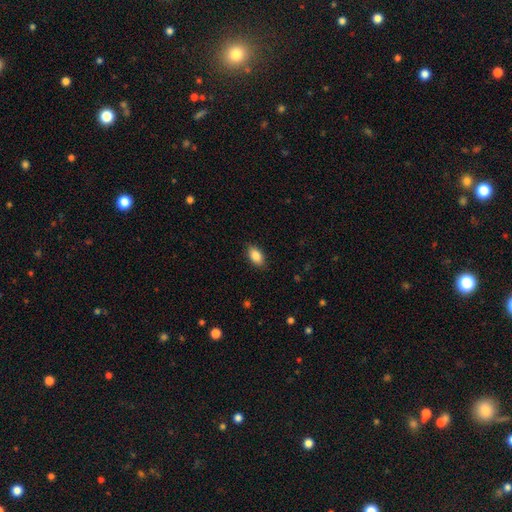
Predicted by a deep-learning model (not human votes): Smooth or featured: smooth — 86% (star or artifact — 7%)
How rounded: in between — 92% (round — 5%)
Merging: none — 86% (minor disturbance — 10%)